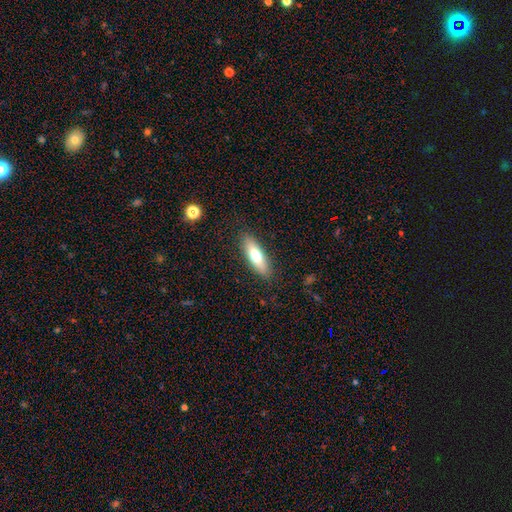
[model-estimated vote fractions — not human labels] Smooth or featured? smooth (69%)
How rounded? cigar-shaped (50%)
Merging? none (87%)